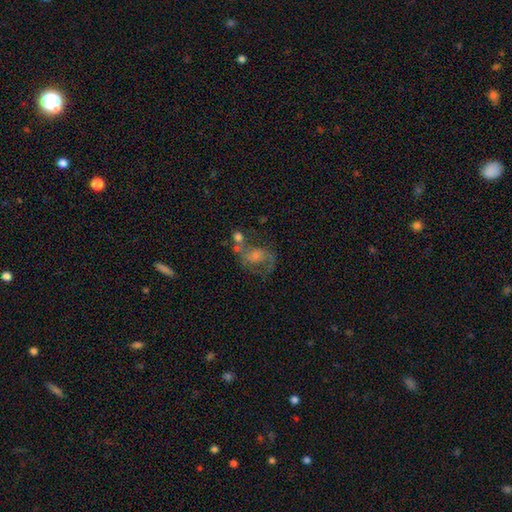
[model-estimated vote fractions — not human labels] Q: Smooth or featured?
A: featured or disk (66%); runner-up: smooth (19%)
Q: Edge-on disk?
A: no (96%); runner-up: yes (4%)
Q: Bar?
A: no (54%); runner-up: weak (37%)
Q: Spiral arms?
A: yes (83%); runner-up: no (17%)
Q: Spiral winding?
A: medium (49%); runner-up: loose (33%)
Q: Spiral arm count?
A: 2 (78%); runner-up: can't tell (11%)
Q: Bulge size?
A: moderate (38%); runner-up: small (31%)
Q: Merging?
A: none (51%); runner-up: major disturbance (18%)